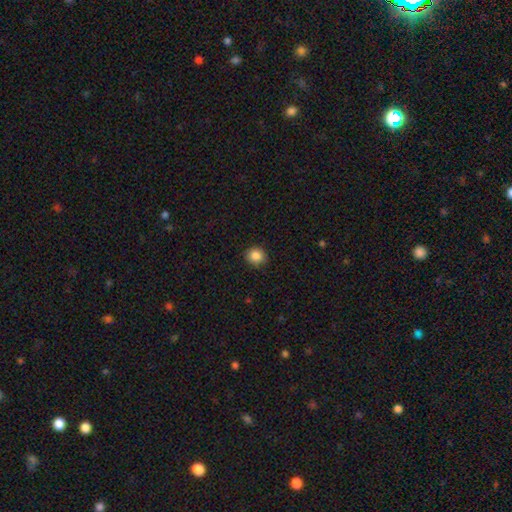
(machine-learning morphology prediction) smooth_or_featured: smooth (p=0.87) [alt: star or artifact p=0.10]
how_rounded: round (p=0.86) [alt: in between p=0.13]
merging: none (p=0.89) [alt: minor disturbance p=0.08]